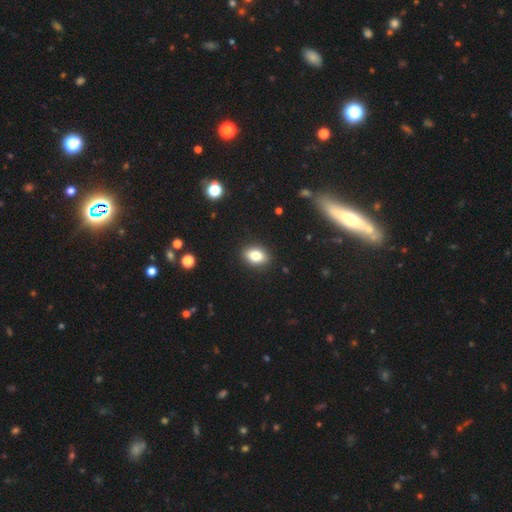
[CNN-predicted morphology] A smooth galaxy with no disk features (80%) that is in between round and cigar-shaped (76%). Merging: none (90%).